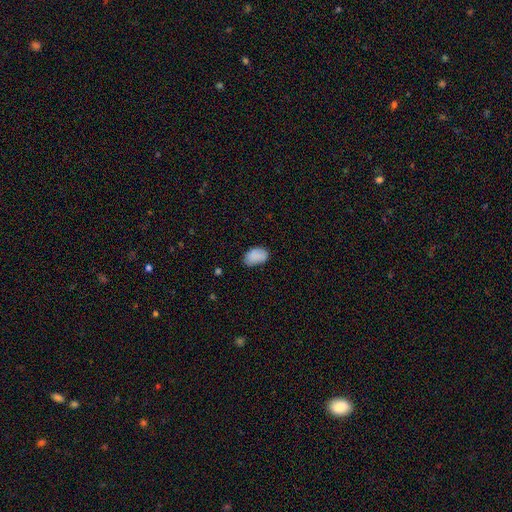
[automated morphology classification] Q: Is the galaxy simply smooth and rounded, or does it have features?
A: smooth — 87%.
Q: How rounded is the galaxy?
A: in between — 89%.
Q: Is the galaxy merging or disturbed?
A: none — 70%.